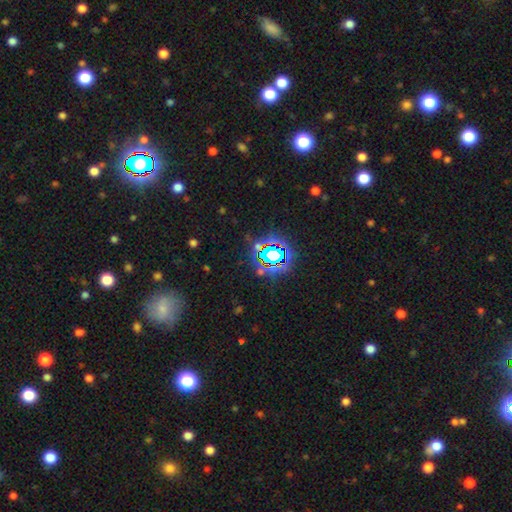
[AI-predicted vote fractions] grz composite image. It shows a star or artifact, not a galaxy (77%).